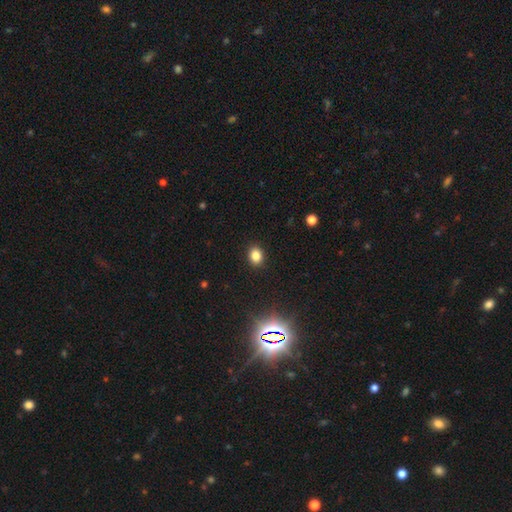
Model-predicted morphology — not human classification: Smooth or featured: smooth — 82% (star or artifact — 13%)
How rounded: in between — 52% (round — 47%)
Merging: none — 90% (minor disturbance — 7%)